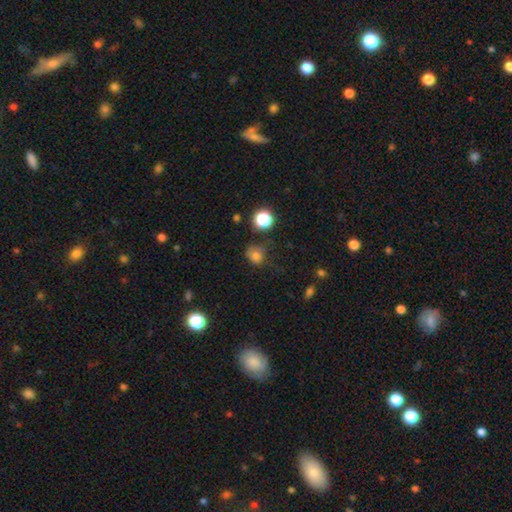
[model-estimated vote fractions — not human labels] Smooth or featured? smooth (76%)
How rounded? round (76%)
Merging? none (55%)